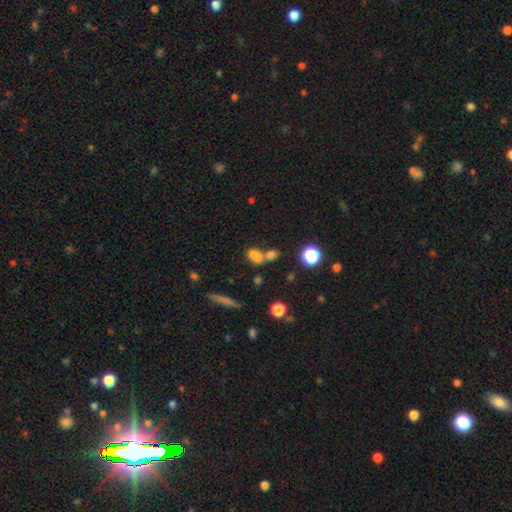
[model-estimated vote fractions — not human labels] Q: Smooth or featured?
A: smooth (68%); runner-up: star or artifact (18%)
Q: How rounded?
A: in between (63%); runner-up: round (32%)
Q: Merging?
A: merger (54%); runner-up: none (33%)